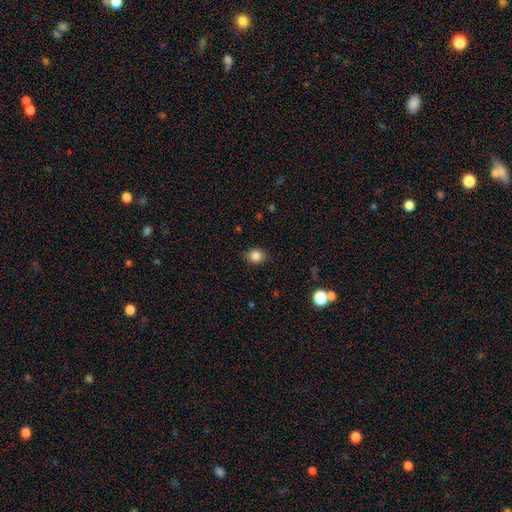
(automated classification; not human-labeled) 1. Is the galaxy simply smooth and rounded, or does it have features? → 84% smooth, 10% star or artifact, 6% featured or disk.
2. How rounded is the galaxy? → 59% round, 40% in between, 1% cigar-shaped.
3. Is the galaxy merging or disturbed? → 82% none, 14% minor disturbance, 3% major disturbance, 1% merger.